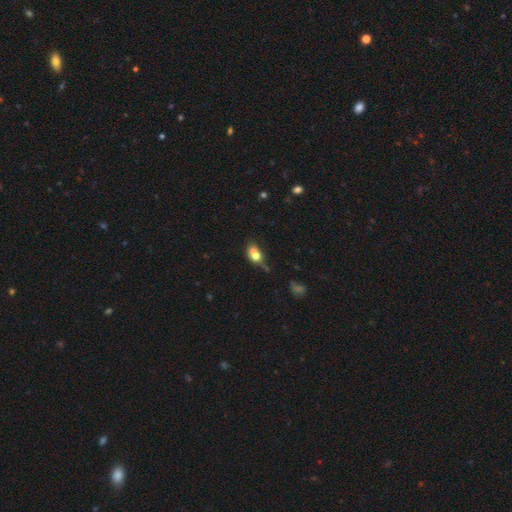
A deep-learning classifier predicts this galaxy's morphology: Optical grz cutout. It shows a smooth galaxy with no disk features (70%) that is in between round and cigar-shaped (71%). Merging: none (33%).